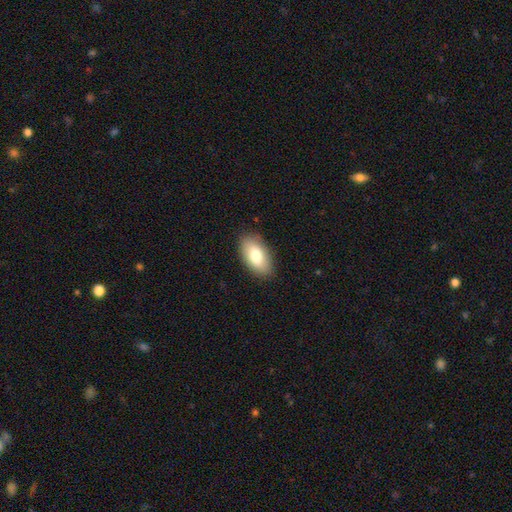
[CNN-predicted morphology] A smooth galaxy with no disk features (78%) that is in between round and cigar-shaped (93%).

Vote fractions:
- Smooth or featured? smooth: 78% / featured or disk: 15% / star or artifact: 7%
- How rounded? in between: 93% / round: 4% / cigar-shaped: 3%
- Merging? none: 87% / minor disturbance: 10% / major disturbance: 2% / merger: 1%